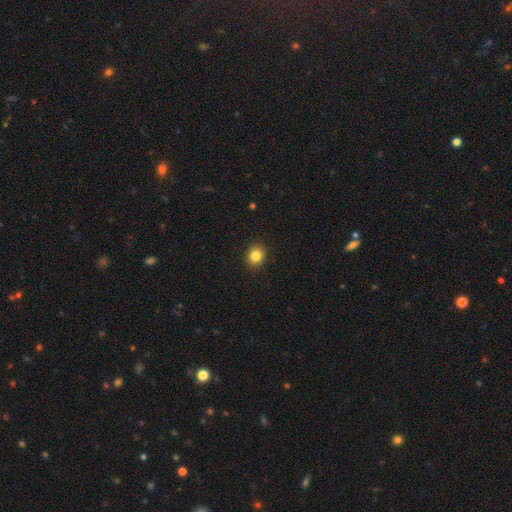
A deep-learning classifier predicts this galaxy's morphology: smooth 84%, star or artifact 11%, featured or disk 6%. Down the decision tree: how rounded — round (73%); merging — none (92%).